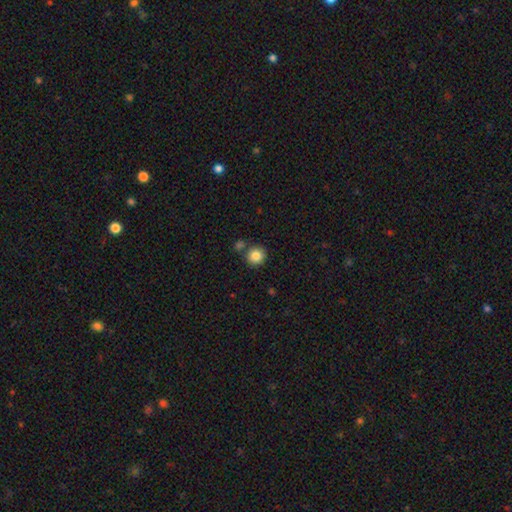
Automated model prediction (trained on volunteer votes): Smooth or featured? Predicted: smooth (p=0.85). How rounded? Predicted: round (p=0.91). Merging? Predicted: none (p=0.77).